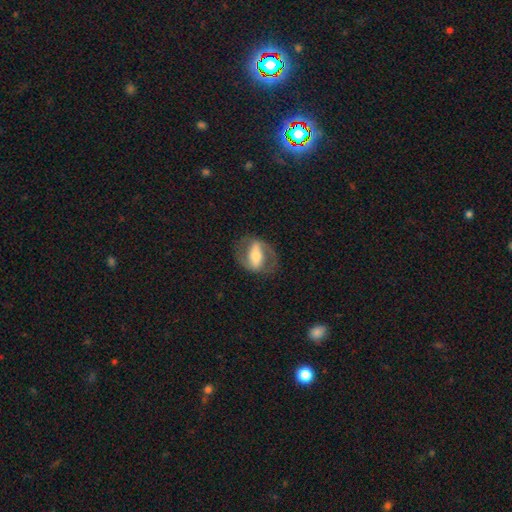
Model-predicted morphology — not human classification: This appears to be a featured or disk galaxy (70%) with a strong bar (62%), spiral arms (72%) and a moderate central bulge (54%). Merging: none (74%).